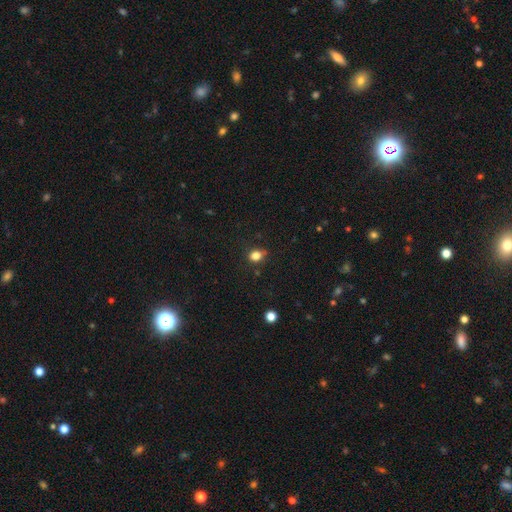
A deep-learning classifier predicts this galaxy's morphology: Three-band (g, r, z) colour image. It shows a smooth galaxy with no disk features (81%) that is round (56%). Merging: none (71%).